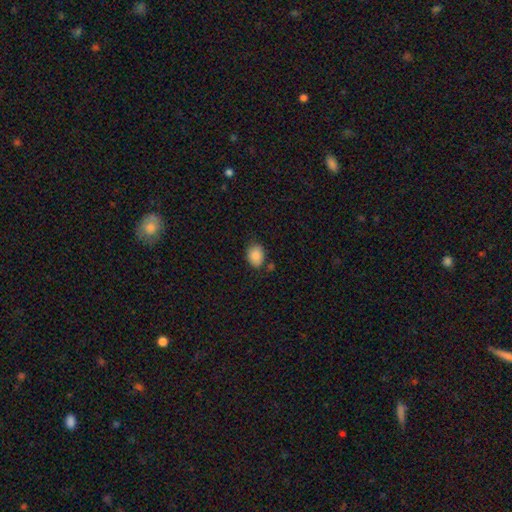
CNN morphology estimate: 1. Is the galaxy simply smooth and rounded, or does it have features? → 88% smooth, 8% star or artifact, 4% featured or disk.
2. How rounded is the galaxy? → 66% in between, 33% round, 1% cigar-shaped.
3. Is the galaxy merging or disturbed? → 72% none, 19% minor disturbance, 5% merger, 4% major disturbance.